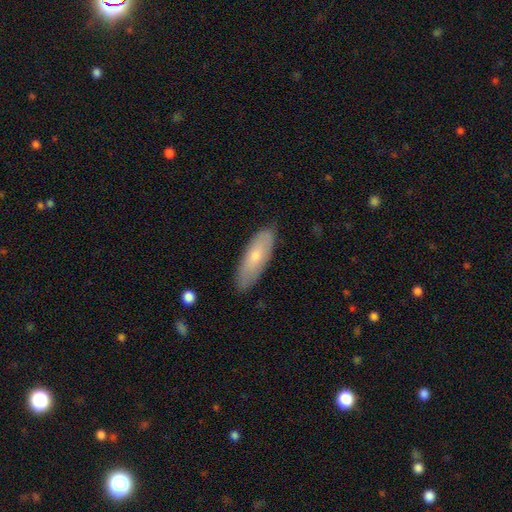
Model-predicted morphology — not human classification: This appears to be a smooth galaxy with no disk features (67%) that is in between round and cigar-shaped (61%). Merging: none (83%).